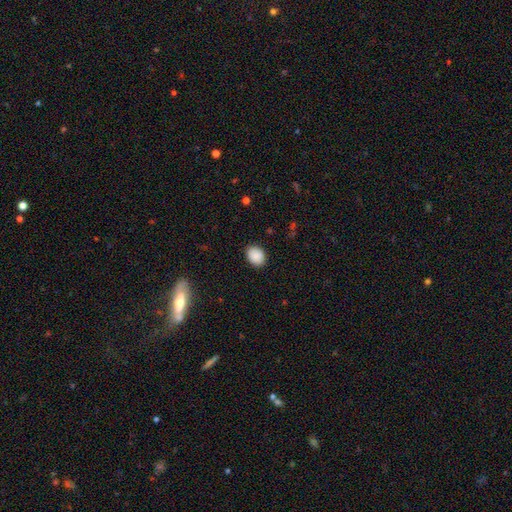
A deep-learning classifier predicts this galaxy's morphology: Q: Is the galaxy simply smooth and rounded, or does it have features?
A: smooth — 89%.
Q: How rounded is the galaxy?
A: in between — 59%.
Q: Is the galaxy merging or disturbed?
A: none — 88%.